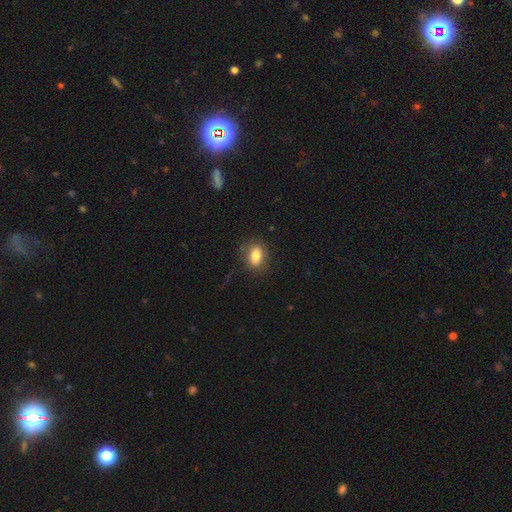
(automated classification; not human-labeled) Smooth or featured?
  - smooth: 82% *
  - featured or disk: 9%
  - star or artifact: 9%
How rounded?
  - in between: 79% *
  - round: 19%
  - cigar-shaped: 2%
Merging?
  - none: 78% *
  - minor disturbance: 15%
  - major disturbance: 5%
  - merger: 1%